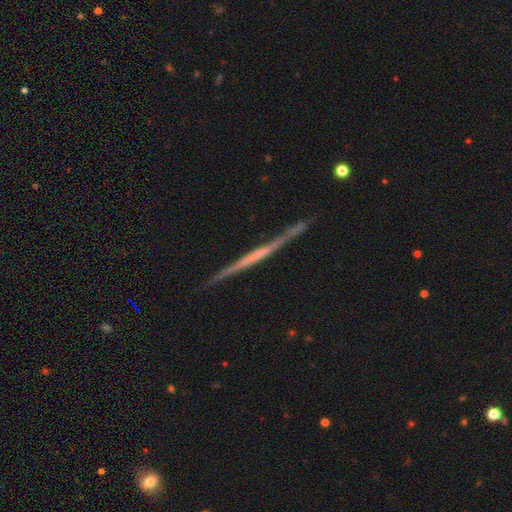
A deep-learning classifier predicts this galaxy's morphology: Smooth or featured: featured or disk — 72% (smooth — 22%)
Edge-on disk: yes — 97% (no — 3%)
Edge-on bulge: none — 78% (rounded — 12%)
Merging: none — 85% (minor disturbance — 10%)